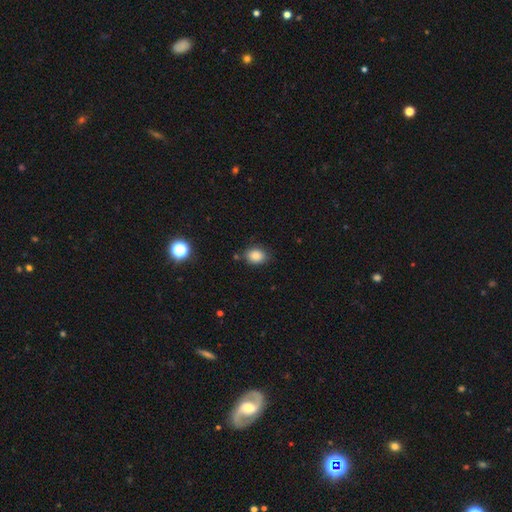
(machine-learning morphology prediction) Smooth or featured? smooth (85%)
How rounded? in between (65%)
Merging? none (79%)